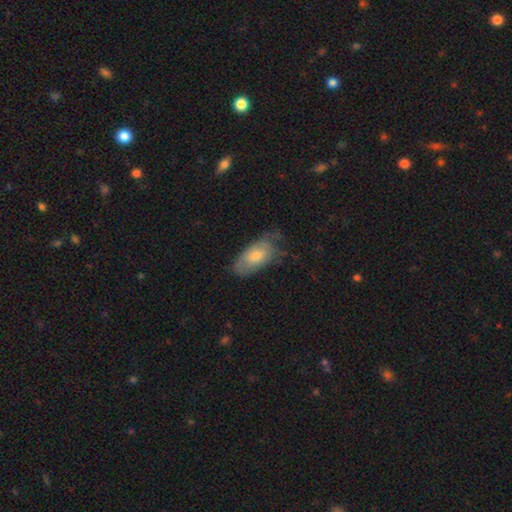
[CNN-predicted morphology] Overall: smooth (59%; featured or disk 35%). How rounded: in between (90%). Merging: none (46%; minor disturbance 36%).